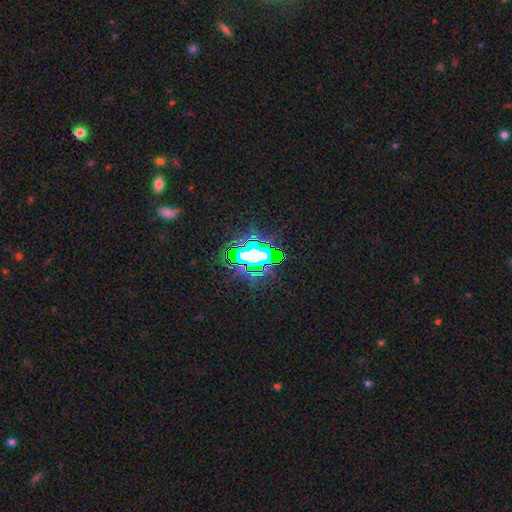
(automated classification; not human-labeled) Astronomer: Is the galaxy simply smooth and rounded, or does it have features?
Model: star or artifact — 71%.